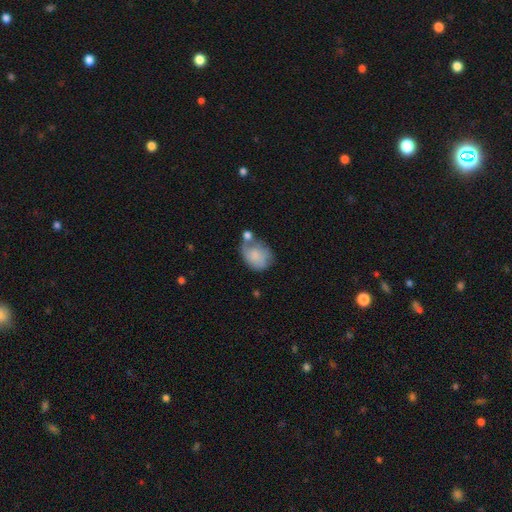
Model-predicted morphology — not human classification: The model was most divided on "merging": none: 29%, merger: 28%, minor disturbance: 26%, major disturbance: 17%. More confident: smooth or featured — smooth (64%); how rounded — in between (60%).